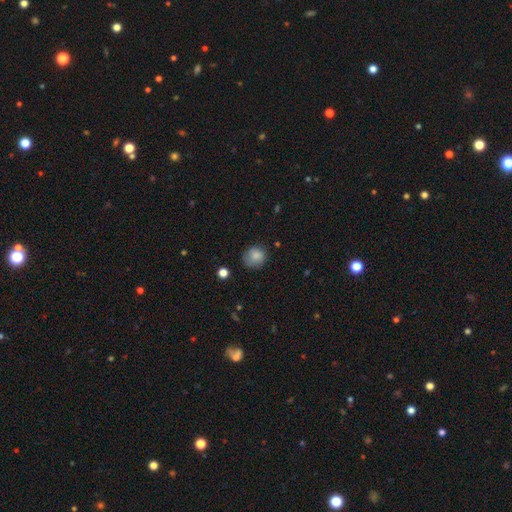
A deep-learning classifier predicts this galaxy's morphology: Smooth or featured? Predicted: smooth (p=0.83). How rounded? Predicted: round (p=0.81). Merging? Predicted: none (p=0.71).